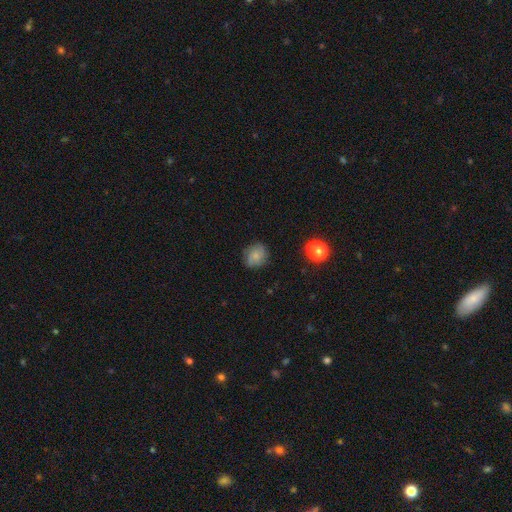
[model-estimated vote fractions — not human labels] A smooth galaxy with no disk features (65%) that is round (71%).

Vote fractions:
- Smooth or featured? smooth: 65% / featured or disk: 23% / star or artifact: 12%
- How rounded? round: 71% / in between: 28% / cigar-shaped: 1%
- Merging? none: 77% / minor disturbance: 17% / major disturbance: 4% / merger: 2%